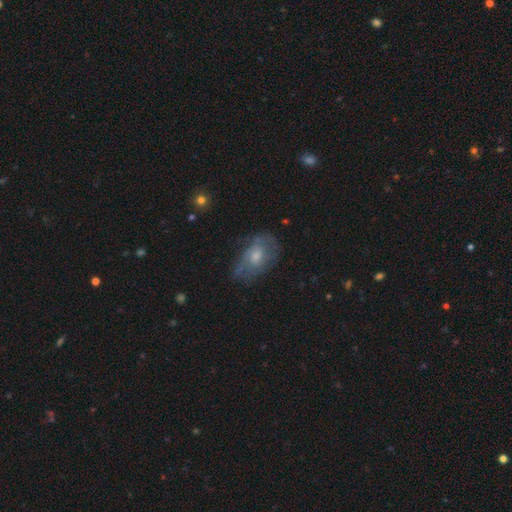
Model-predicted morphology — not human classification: smooth-or-featured: featured or disk: 48% | smooth: 41% | star or artifact: 11%
  merging: none: 60% | minor disturbance: 26% | major disturbance: 12% | merger: 2%